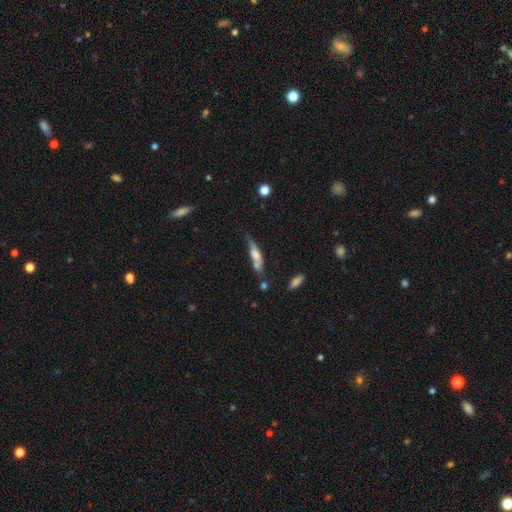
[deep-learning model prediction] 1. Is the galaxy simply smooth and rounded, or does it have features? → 57% smooth, 35% featured or disk, 8% star or artifact.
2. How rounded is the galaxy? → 71% cigar-shaped, 26% in between, 2% round.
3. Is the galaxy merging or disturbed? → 40% none, 27% minor disturbance, 19% merger, 13% major disturbance.